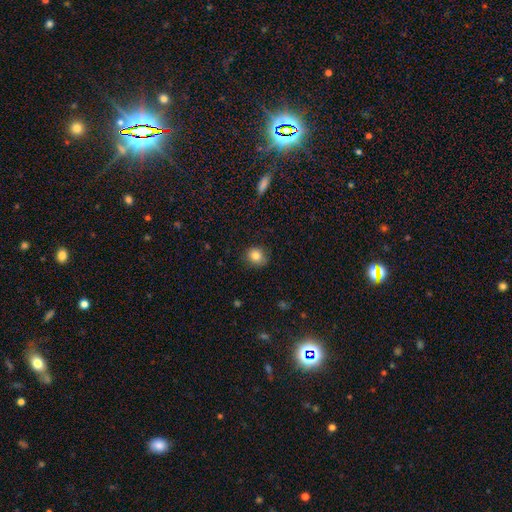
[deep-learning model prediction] smooth-or-featured: smooth: 84% | star or artifact: 10% | featured or disk: 6%
  how-rounded: round: 73% | in between: 26% | cigar-shaped: 1%
  merging: none: 80% | minor disturbance: 16% | major disturbance: 3% | merger: 1%